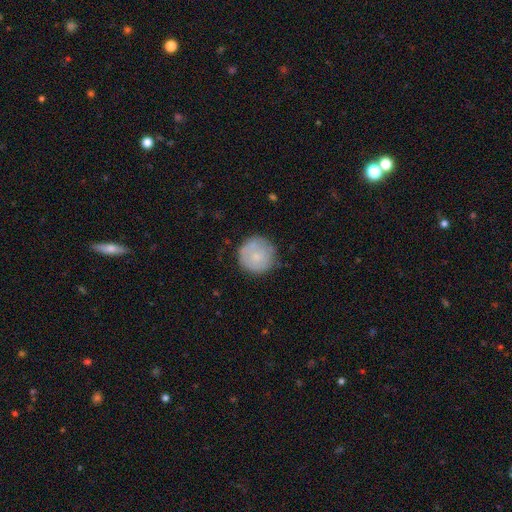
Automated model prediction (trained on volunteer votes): A smooth galaxy with no disk features (68%) that is round (95%). Merging: none (78%).